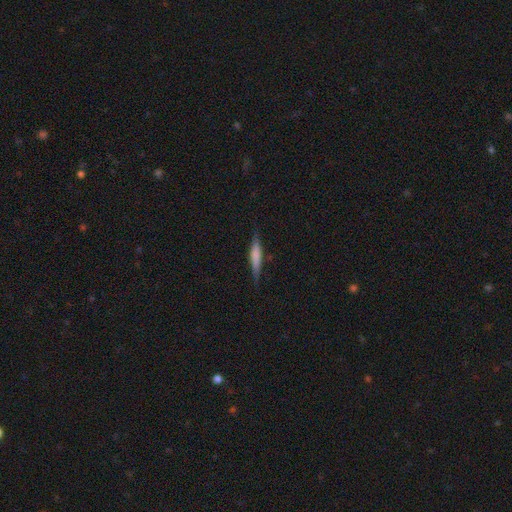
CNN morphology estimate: A smooth galaxy with no disk features (55%) that is cigar-shaped (89%). Merging: none (84%).